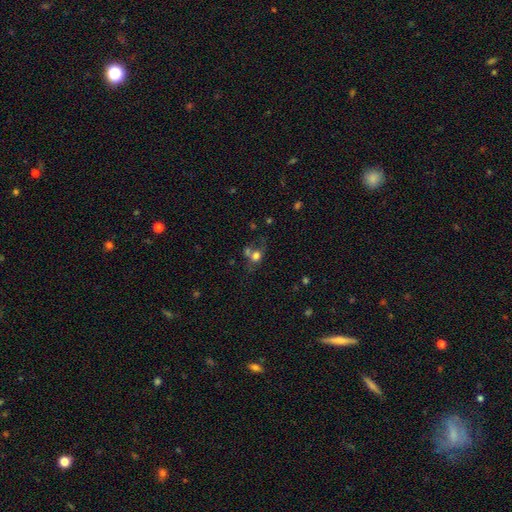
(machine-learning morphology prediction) This is likely a smooth galaxy (68%). How rounded: likely round (67%). Merging: marginally merger (40%).